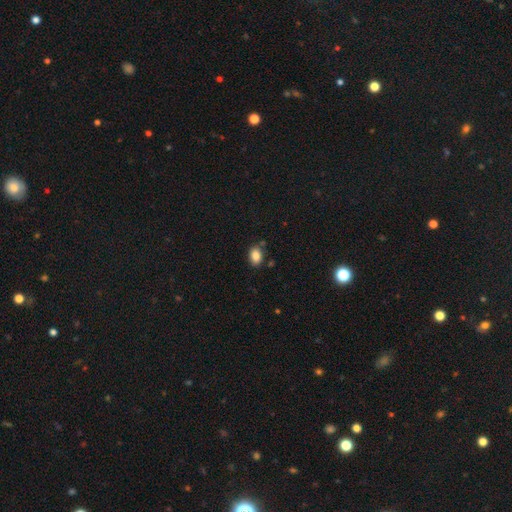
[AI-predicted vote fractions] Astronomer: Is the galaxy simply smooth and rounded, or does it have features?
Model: smooth — 86%.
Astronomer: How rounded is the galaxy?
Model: in between — 79%.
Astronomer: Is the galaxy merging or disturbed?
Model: none — 80%.